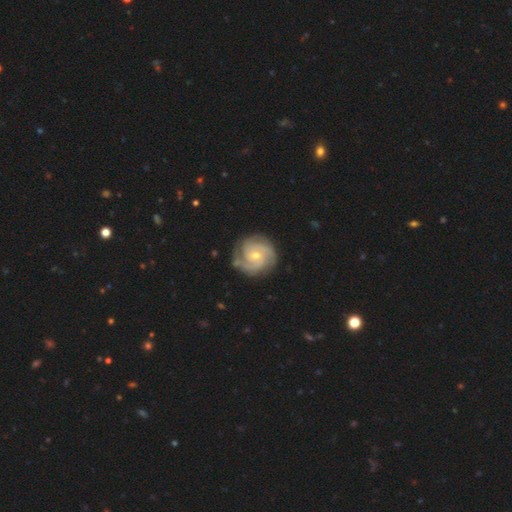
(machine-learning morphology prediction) The model was most divided on "bulge size": small: 49%, moderate: 48%, large: 1%, none: 1%, dominant: 1%. Remaining: edge-on disk — no (98%); spiral arms — yes (98%); smooth or featured — featured or disk (88%); merging — none (79%); spiral winding — tight (70%); bar — no (68%); spiral arm count — 3 (40%).